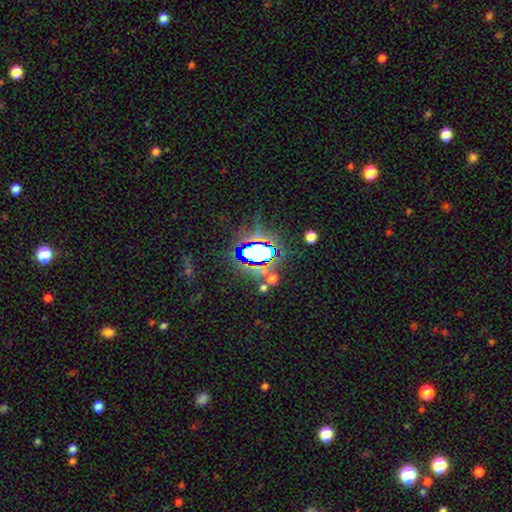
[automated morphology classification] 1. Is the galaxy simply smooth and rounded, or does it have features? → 66% star or artifact, 21% smooth, 13% featured or disk.